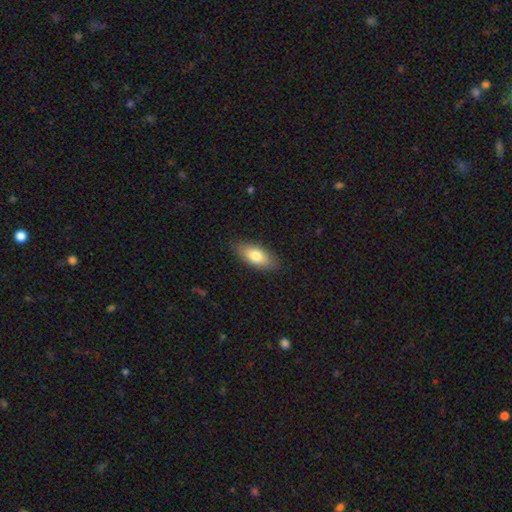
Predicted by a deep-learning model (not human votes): A smooth galaxy with no disk features (76%) that is in between round and cigar-shaped (83%). Merging: none (86%).